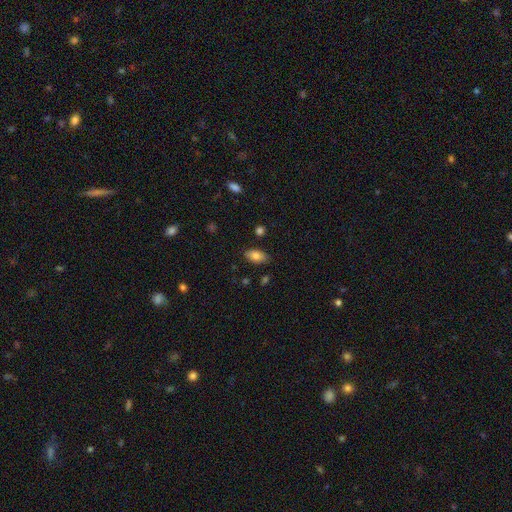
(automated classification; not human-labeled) A smooth galaxy with no disk features (81%) that is in between round and cigar-shaped (91%).

Vote fractions:
- Smooth or featured? smooth: 81% / featured or disk: 11% / star or artifact: 8%
- How rounded? in between: 91% / cigar-shaped: 5% / round: 4%
- Merging? none: 84% / minor disturbance: 12% / major disturbance: 2% / merger: 2%